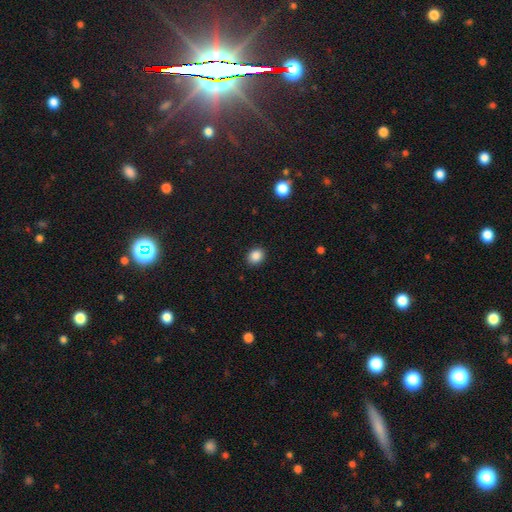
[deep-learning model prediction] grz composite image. It shows a smooth galaxy with no disk features (87%) that is round (59%). Merging: none (90%).